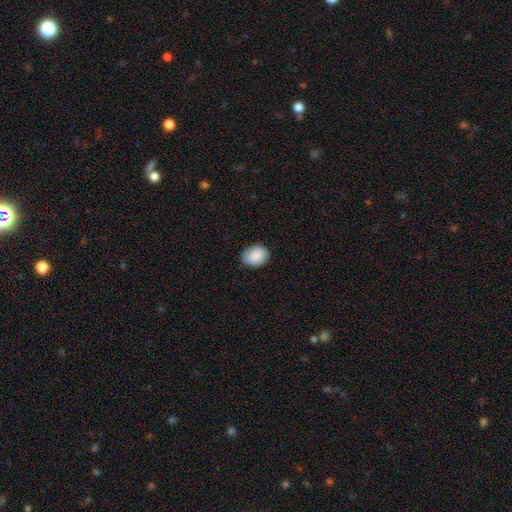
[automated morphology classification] Overall: smooth (89%). How rounded: in between (58%; round 42%). Merging: none (82%).